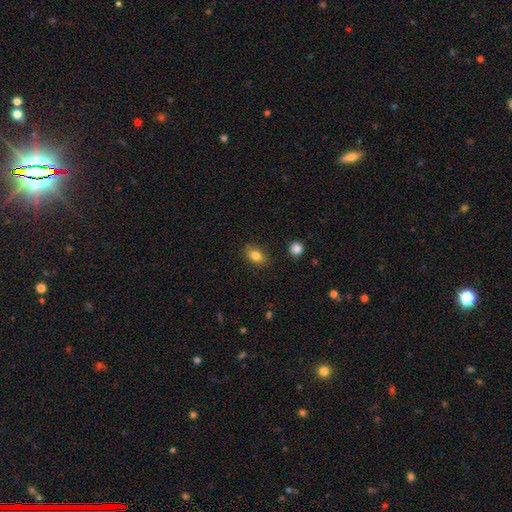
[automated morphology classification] This appears to be a smooth galaxy with no disk features (83%) that is in between round and cigar-shaped (78%). Merging: none (85%).